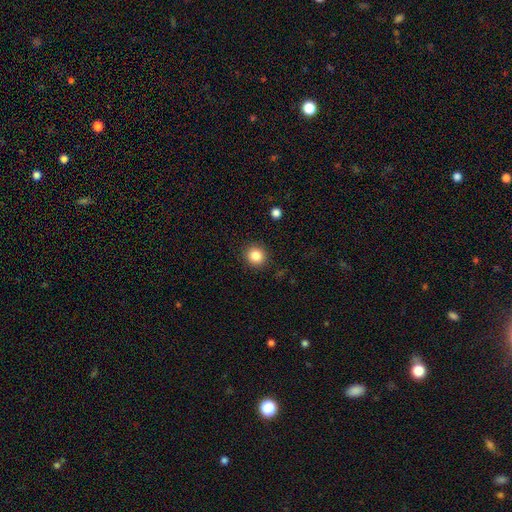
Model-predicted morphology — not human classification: smooth_or_featured: smooth (p=0.85) [alt: star or artifact p=0.10]
how_rounded: round (p=0.91) [alt: in between p=0.08]
merging: none (p=0.91) [alt: minor disturbance p=0.06]